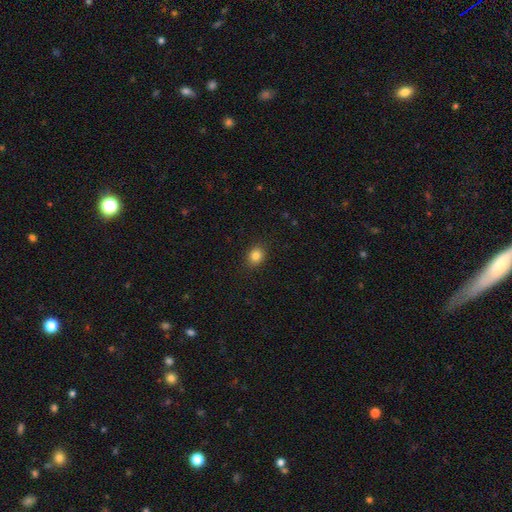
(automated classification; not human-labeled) A smooth galaxy with no disk features (83%) that is round (50%). Merging: none (89%).